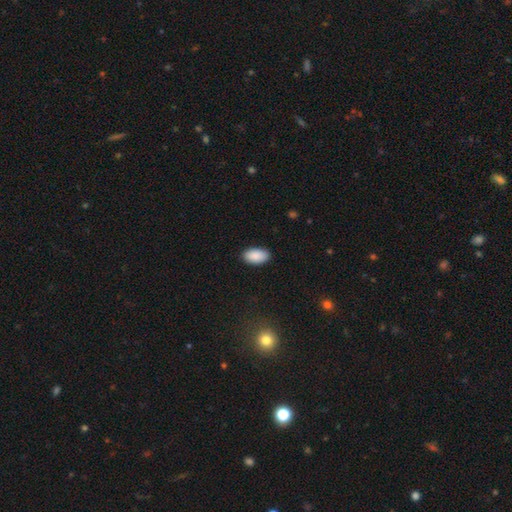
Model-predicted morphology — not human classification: smooth_or_featured: smooth (p=0.91) [alt: star or artifact p=0.06]
how_rounded: in between (p=0.95) [alt: round p=0.03]
merging: none (p=0.89) [alt: minor disturbance p=0.08]